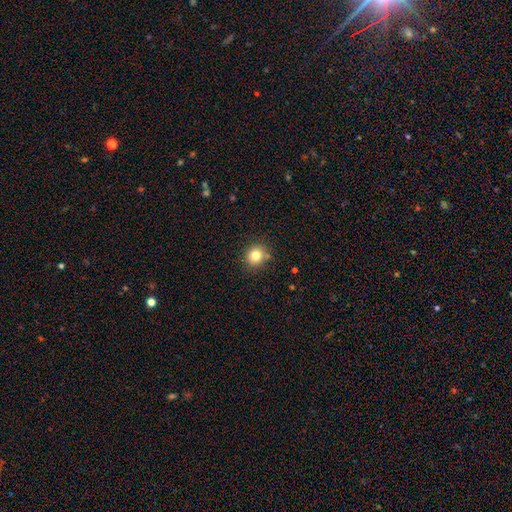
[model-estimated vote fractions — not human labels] Q: Smooth or featured?
A: smooth (81%); runner-up: star or artifact (12%)
Q: How rounded?
A: round (87%); runner-up: in between (12%)
Q: Merging?
A: none (86%); runner-up: minor disturbance (9%)